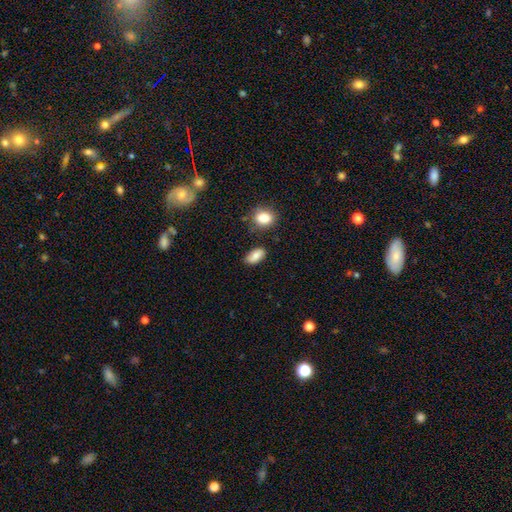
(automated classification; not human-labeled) smooth-or-featured: smooth: 83% | featured or disk: 9% | star or artifact: 8%
  how-rounded: in between: 89% | cigar-shaped: 6% | round: 5%
  merging: none: 76% | minor disturbance: 17% | merger: 4% | major disturbance: 3%